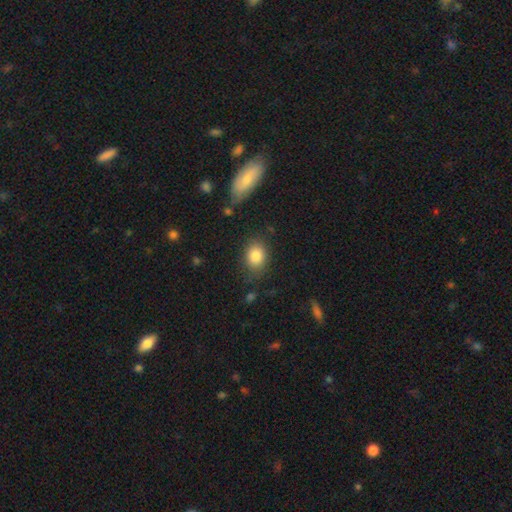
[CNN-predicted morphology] Smooth or featured: smooth — 84% (star or artifact — 9%)
How rounded: in between — 62% (round — 37%)
Merging: none — 78% (minor disturbance — 15%)